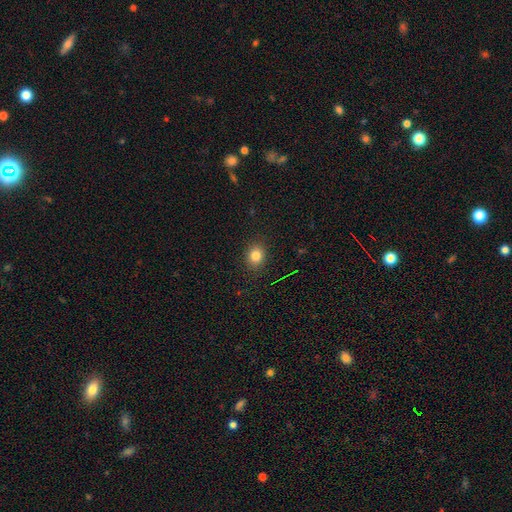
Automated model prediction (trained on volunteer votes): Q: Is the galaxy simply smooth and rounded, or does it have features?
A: smooth — 81%.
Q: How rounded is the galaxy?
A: round — 64%.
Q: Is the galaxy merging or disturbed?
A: none — 89%.